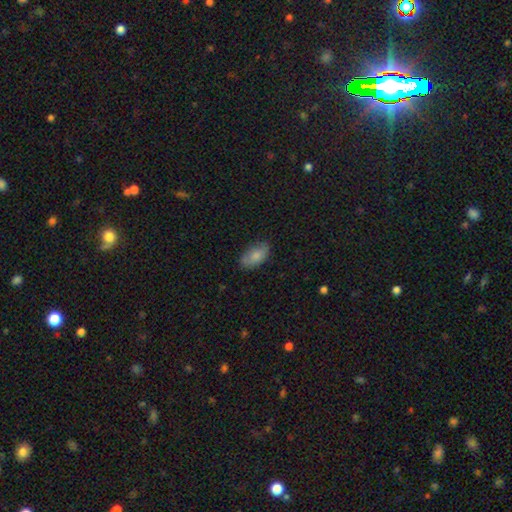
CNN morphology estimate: smooth_or_featured: smooth (p=0.79) [alt: featured or disk p=0.14]
how_rounded: in between (p=0.93) [alt: round p=0.04]
merging: none (p=0.76) [alt: minor disturbance p=0.19]